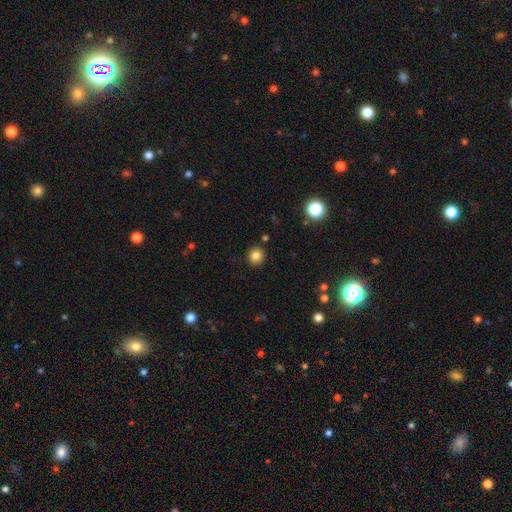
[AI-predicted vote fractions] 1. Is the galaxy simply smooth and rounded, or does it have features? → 83% smooth, 12% star or artifact, 5% featured or disk.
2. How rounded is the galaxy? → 90% round, 9% in between, 1% cigar-shaped.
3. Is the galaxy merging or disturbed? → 90% none, 7% minor disturbance, 2% major disturbance, 2% merger.